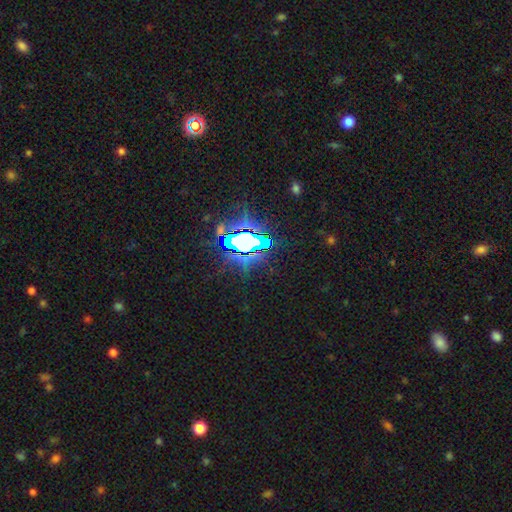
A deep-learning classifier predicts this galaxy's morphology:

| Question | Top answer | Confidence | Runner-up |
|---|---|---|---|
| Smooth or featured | star or artifact | 82% | smooth (10%) |